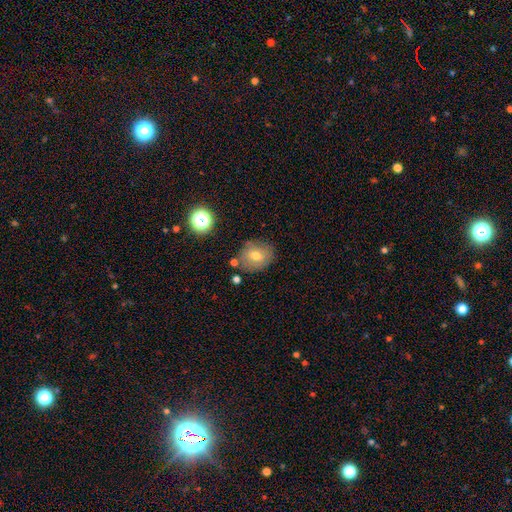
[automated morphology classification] Smooth or featured? smooth (64%)
How rounded? round (65%)
Merging? none (74%)